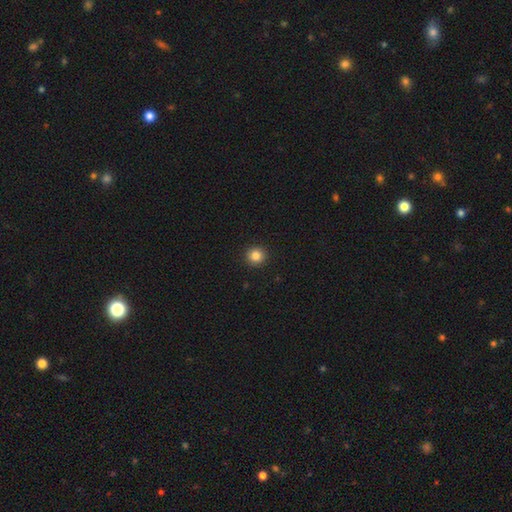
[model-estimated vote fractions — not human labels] Smooth or featured: smooth — 84% (star or artifact — 11%)
How rounded: round — 94% (in between — 5%)
Merging: none — 93% (minor disturbance — 4%)